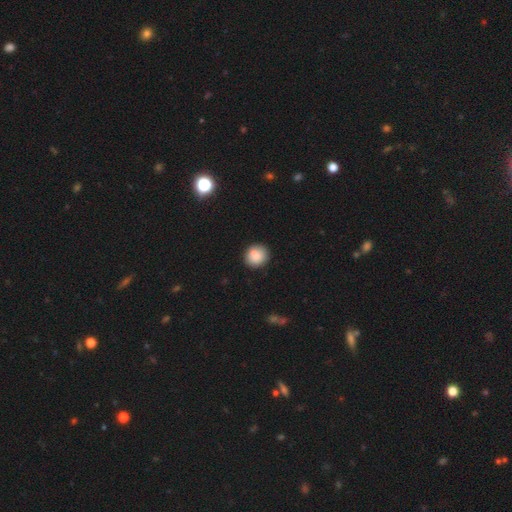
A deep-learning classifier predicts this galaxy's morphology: Smooth or featured?
  - smooth: 84% *
  - star or artifact: 8%
  - featured or disk: 8%
How rounded?
  - round: 84% *
  - in between: 15%
  - cigar-shaped: 1%
Merging?
  - none: 78% *
  - minor disturbance: 12%
  - merger: 7%
  - major disturbance: 3%